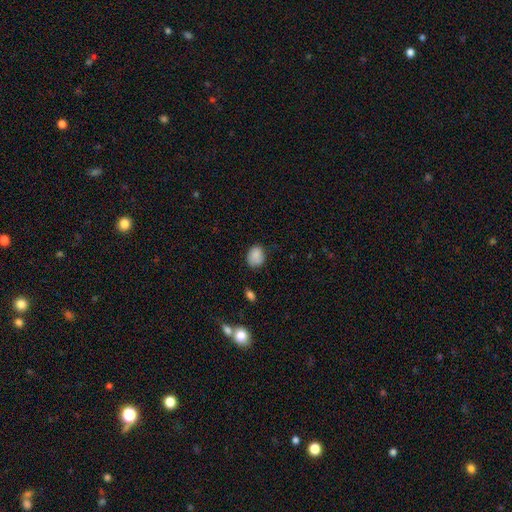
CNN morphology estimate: A smooth galaxy with no disk features (86%) that is in between round and cigar-shaped (50%). Merging: none (70%).